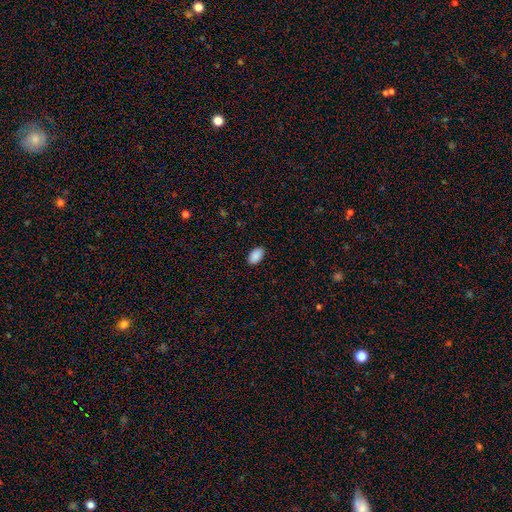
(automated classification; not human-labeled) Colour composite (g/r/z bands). It shows a smooth galaxy with no disk features (90%) that is in between round and cigar-shaped (95%). Merging: none (89%).